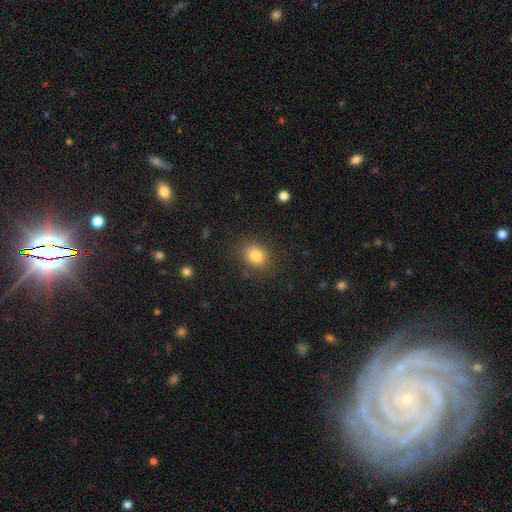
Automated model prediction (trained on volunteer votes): This is clearly a smooth galaxy (82%). How rounded: possibly round (60%). Merging: clearly none (83%).